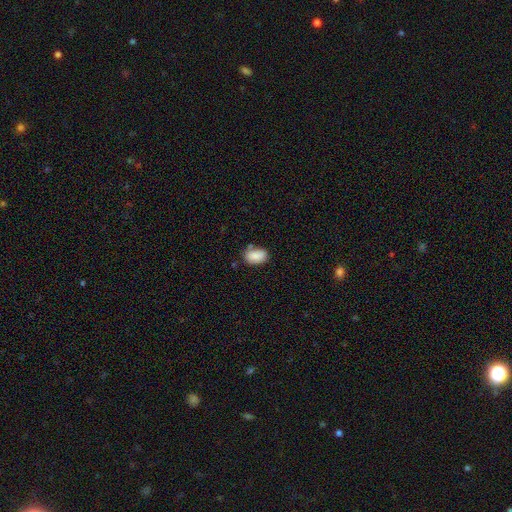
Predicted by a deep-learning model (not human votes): Smooth or featured: smooth — 87% (star or artifact — 7%)
How rounded: in between — 88% (round — 10%)
Merging: none — 70% (minor disturbance — 20%)